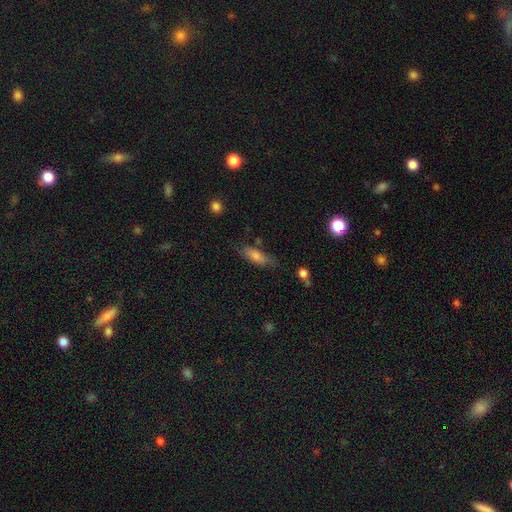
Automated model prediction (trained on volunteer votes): Overall: smooth (76%). How rounded: in between (63%; cigar-shaped 34%). Merging: none (69%).